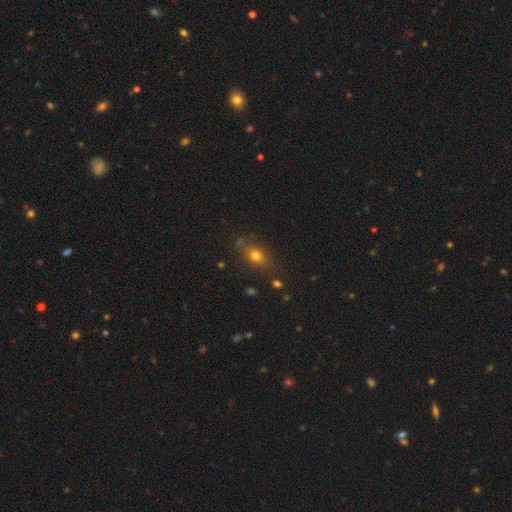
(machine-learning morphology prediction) smooth 73%, star or artifact 15%, featured or disk 12%. Down the decision tree: how rounded — in between (58%); merging — none (73%).